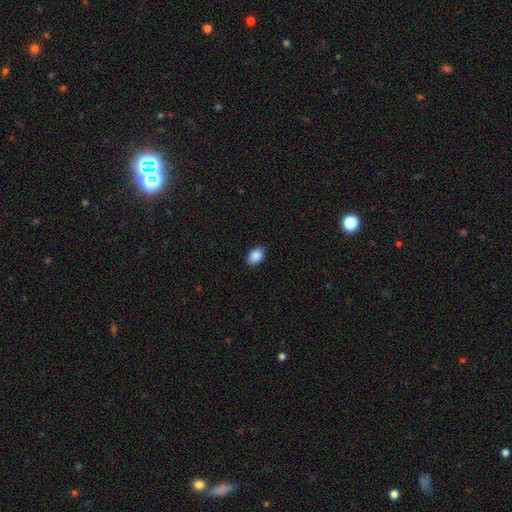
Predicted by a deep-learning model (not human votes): Morphology: type=smooth (89%); roundness=in between (84%); merging=none (86%).